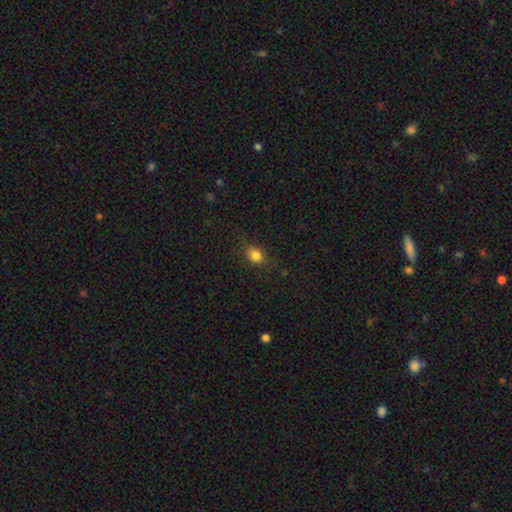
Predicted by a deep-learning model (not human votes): This is clearly a smooth galaxy (81%). How rounded: possibly round (58%). Merging: clearly none (81%).